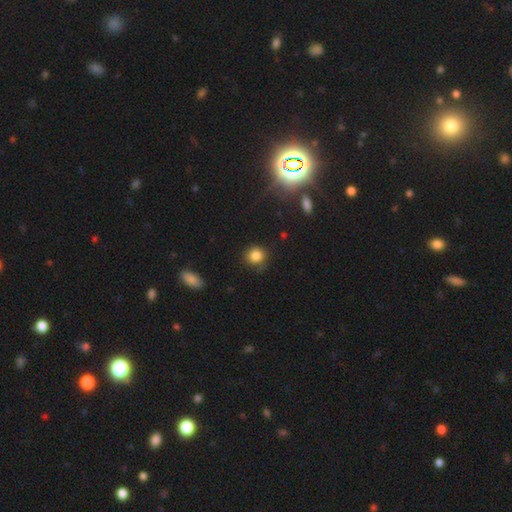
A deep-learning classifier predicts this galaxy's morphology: smooth-or-featured: smooth: 83% | star or artifact: 12% | featured or disk: 6%
  how-rounded: round: 86% | in between: 13% | cigar-shaped: 1%
  merging: none: 75% | minor disturbance: 18% | major disturbance: 5% | merger: 2%